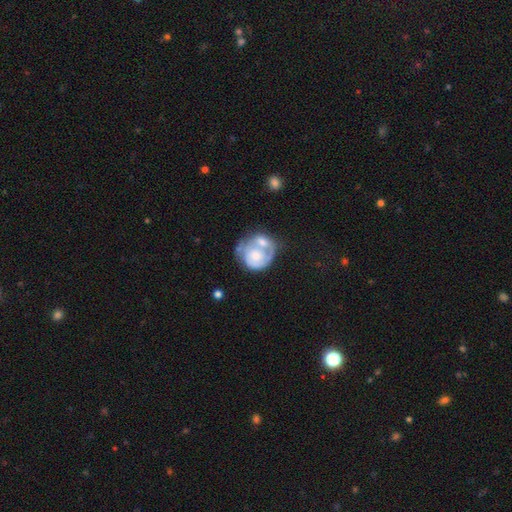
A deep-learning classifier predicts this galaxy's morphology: Smooth or featured?
  - featured or disk: 58% *
  - smooth: 36%
  - star or artifact: 6%
Edge-on disk?
  - no: 98% *
  - yes: 2%
Bar?
  - no: 83% *
  - weak: 14%
  - strong: 3%
Spiral arms?
  - yes: 60% *
  - no: 40%
Bulge size?
  - moderate: 41% *
  - small: 28%
  - large: 16%
  - none: 13%
  - dominant: 3%
Merging?
  - merger: 37% *
  - none: 32%
  - minor disturbance: 17%
  - major disturbance: 14%